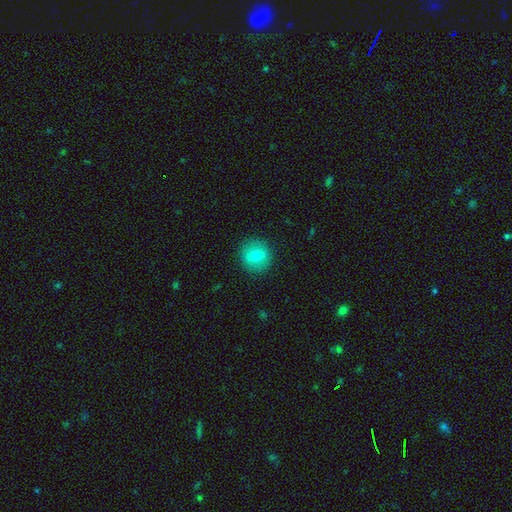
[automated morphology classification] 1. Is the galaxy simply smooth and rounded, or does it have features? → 66% smooth, 24% featured or disk, 9% star or artifact.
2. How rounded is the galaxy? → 85% round, 13% in between, 1% cigar-shaped.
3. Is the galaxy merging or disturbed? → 88% none, 8% minor disturbance, 3% major disturbance, 1% merger.